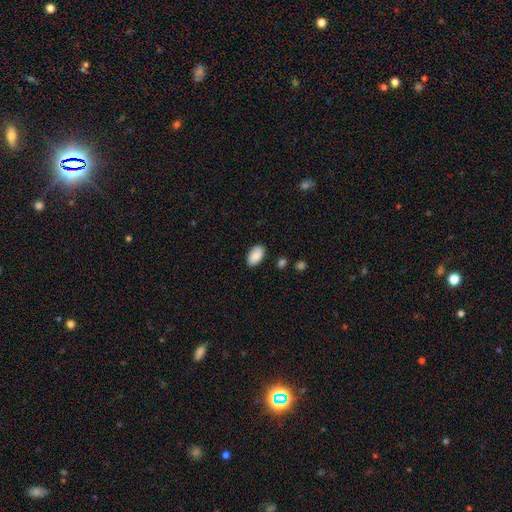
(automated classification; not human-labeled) Smooth or featured? Predicted: smooth (p=0.84). How rounded? Predicted: in between (p=0.93). Merging? Predicted: none (p=0.82).